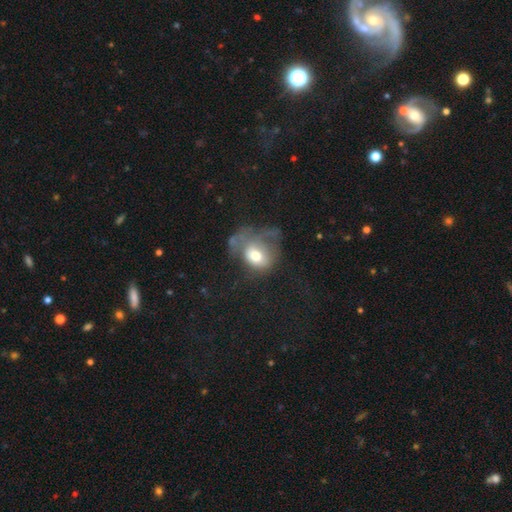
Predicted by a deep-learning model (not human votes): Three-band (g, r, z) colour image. It shows a smooth galaxy with no disk features (62%) that is round (52%). Merging: major disturbance (54%).